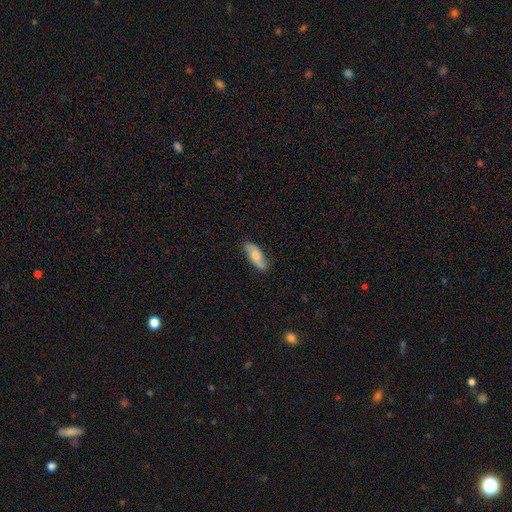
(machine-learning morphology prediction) Smooth or featured: smooth — 63% (featured or disk — 31%)
How rounded: in between — 69% (cigar-shaped — 28%)
Merging: none — 81% (minor disturbance — 15%)